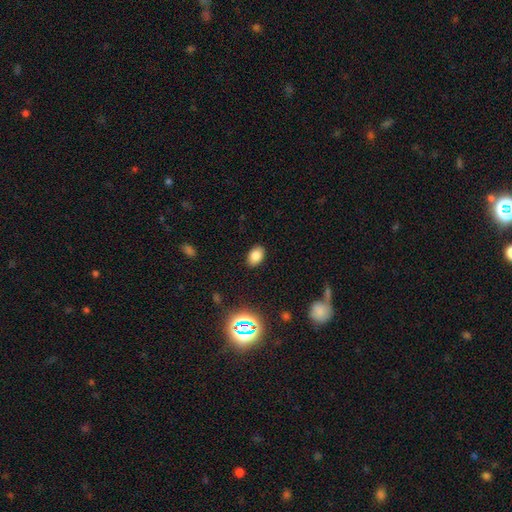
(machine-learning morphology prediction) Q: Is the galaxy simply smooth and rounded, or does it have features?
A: smooth — 81%.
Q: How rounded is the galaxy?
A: in between — 85%.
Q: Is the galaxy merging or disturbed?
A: none — 87%.